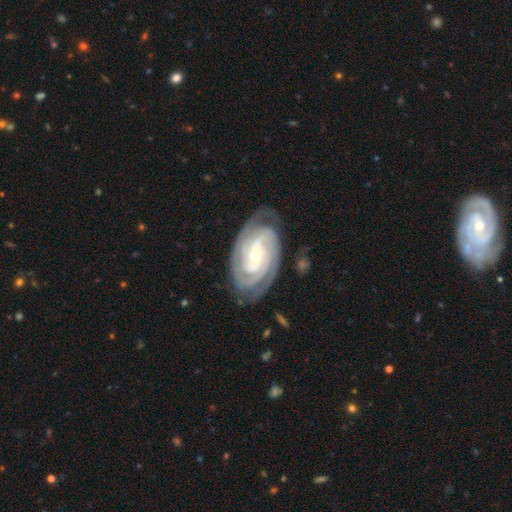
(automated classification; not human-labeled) Smooth or featured?
  - featured or disk: 92% *
  - smooth: 4%
  - star or artifact: 4%
Edge-on disk?
  - no: 96% *
  - yes: 4%
Bar?
  - no: 40% *
  - weak: 37%
  - strong: 23%
Spiral arms?
  - yes: 98% *
  - no: 2%
Spiral winding?
  - tight: 79% *
  - medium: 19%
  - loose: 2%
Spiral arm count?
  - 2: 41% *
  - 3: 27%
  - can't tell: 13%
  - 4: 10%
  - more than 4: 5%
  - 1: 4%
Bulge size?
  - small: 54% *
  - moderate: 43%
  - large: 2%
  - none: 1%
  - dominant: 1%
Merging?
  - none: 79% *
  - minor disturbance: 15%
  - major disturbance: 4%
  - merger: 1%